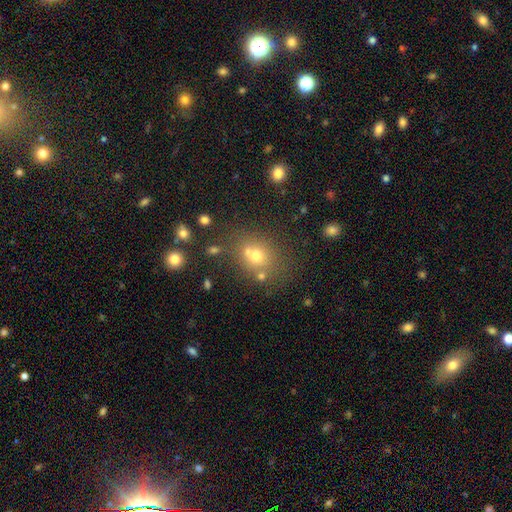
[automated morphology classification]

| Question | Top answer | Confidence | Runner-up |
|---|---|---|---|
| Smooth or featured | smooth | 65% | star or artifact (19%) |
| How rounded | round | 70% | in between (29%) |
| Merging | none | 56% | merger (27%) |